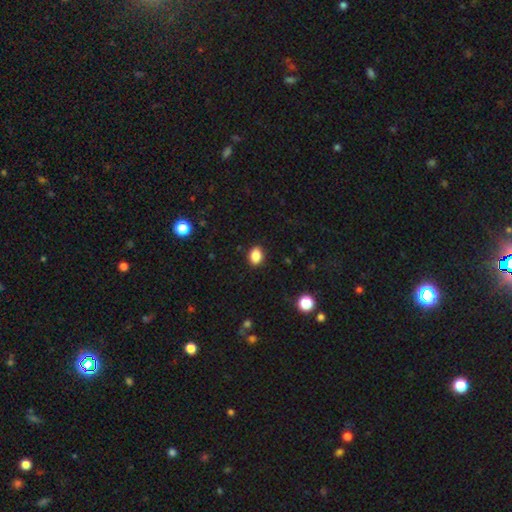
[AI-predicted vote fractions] Q: Smooth or featured?
A: smooth (86%); runner-up: star or artifact (10%)
Q: How rounded?
A: in between (72%); runner-up: round (27%)
Q: Merging?
A: none (89%); runner-up: minor disturbance (8%)